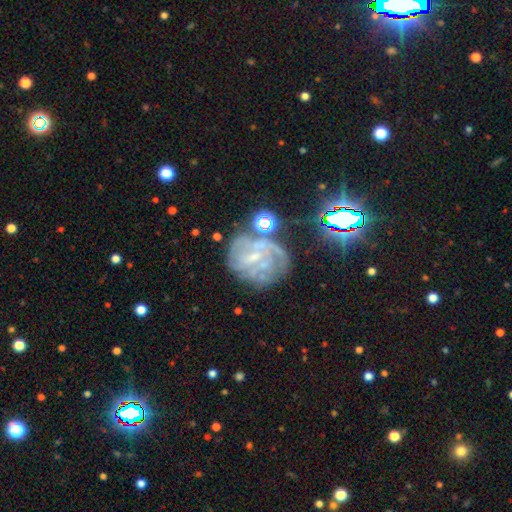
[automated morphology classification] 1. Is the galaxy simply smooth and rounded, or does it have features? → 64% featured or disk, 20% star or artifact, 17% smooth.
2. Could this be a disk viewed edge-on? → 97% no, 3% yes.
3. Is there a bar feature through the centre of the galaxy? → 43% no, 42% weak, 15% strong.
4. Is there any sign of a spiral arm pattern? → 71% yes, 29% no.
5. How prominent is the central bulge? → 64% small, 18% none, 15% moderate, 1% large, 1% dominant.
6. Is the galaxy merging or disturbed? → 55% none, 19% minor disturbance, 16% major disturbance, 9% merger.